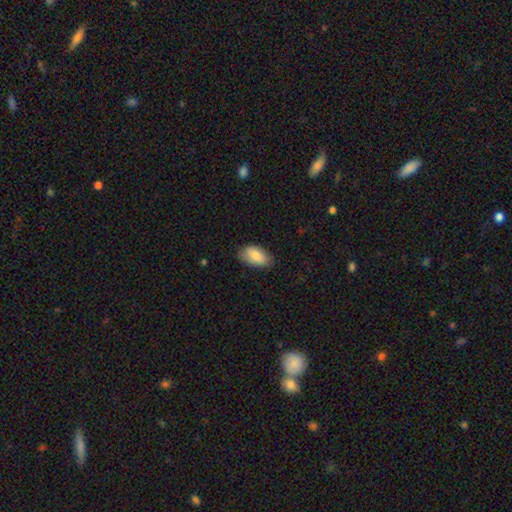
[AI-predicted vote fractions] This is clearly a smooth galaxy (84%). How rounded: clearly in between (94%). Merging: likely none (77%).